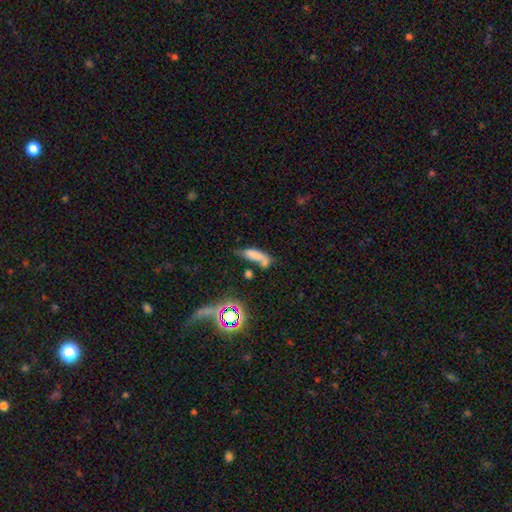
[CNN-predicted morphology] The model was most divided on "merging": none: 31%, merger: 29%, minor disturbance: 23%, major disturbance: 17%. More confident: smooth or featured — smooth (66%); how rounded — in between (53%).